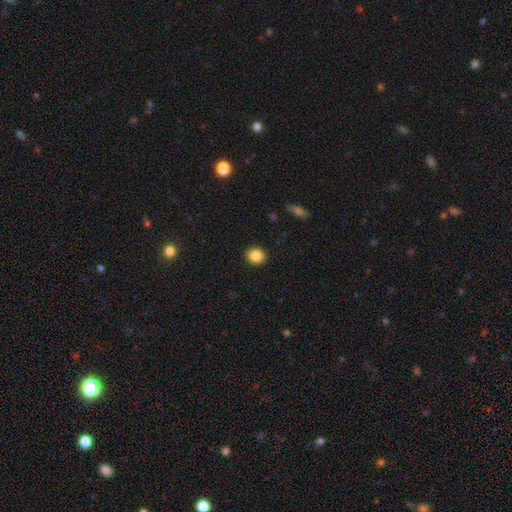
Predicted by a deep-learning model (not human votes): Q: Smooth or featured?
A: smooth (85%); runner-up: star or artifact (10%)
Q: How rounded?
A: round (87%); runner-up: in between (12%)
Q: Merging?
A: none (92%); runner-up: minor disturbance (5%)